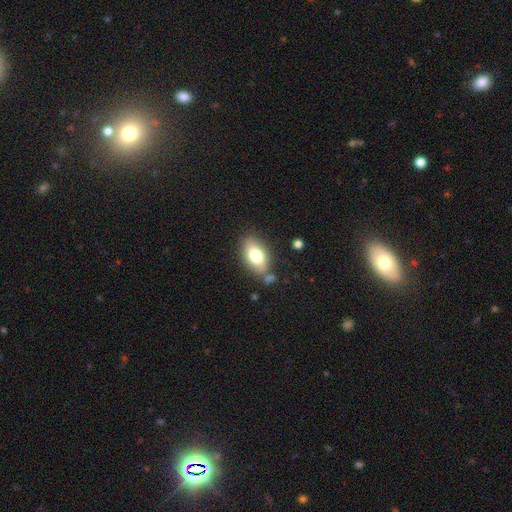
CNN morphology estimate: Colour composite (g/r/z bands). It shows a smooth galaxy with no disk features (76%) that is in between round and cigar-shaped (90%). Merging: none (73%).